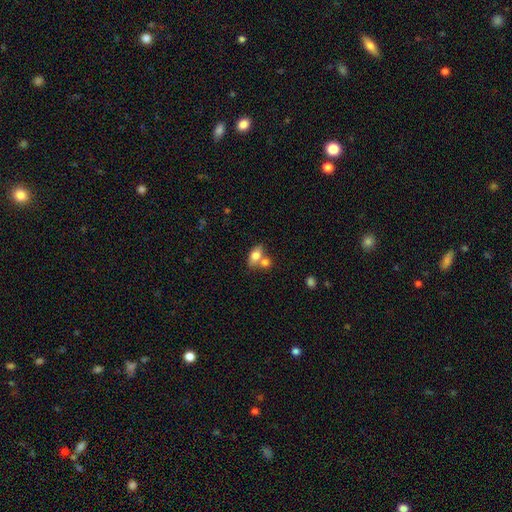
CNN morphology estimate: smooth_or_featured: smooth (p=0.74) [alt: featured or disk p=0.18]
how_rounded: in between (p=0.81) [alt: round p=0.13]
merging: merger (p=0.45) [alt: none p=0.40]